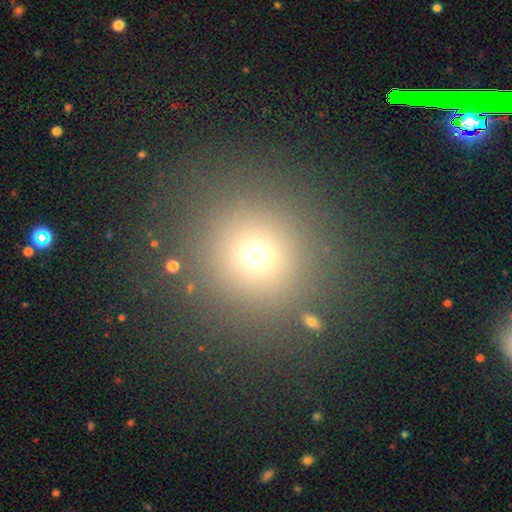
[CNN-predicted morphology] smooth 68%, star or artifact 23%, featured or disk 9%. Down the decision tree: how rounded — round (93%); merging — none (85%).